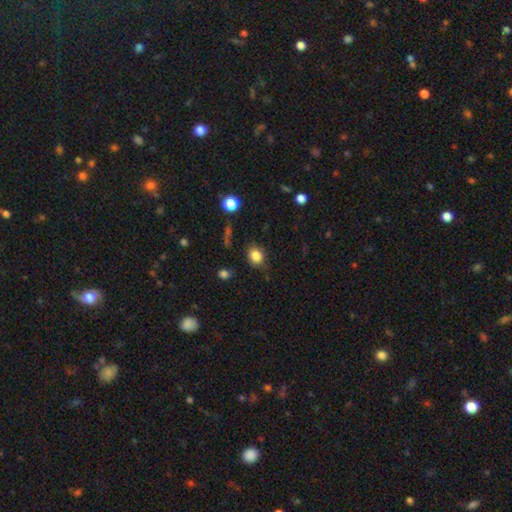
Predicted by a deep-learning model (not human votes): A smooth galaxy with no disk features (83%) that is round (57%). Merging: none (75%).